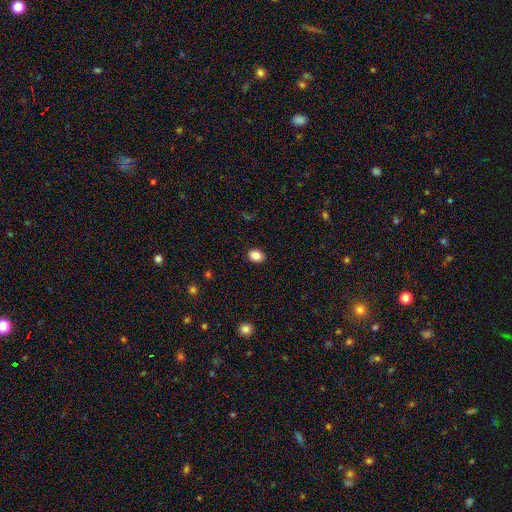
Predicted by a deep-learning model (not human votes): smooth-or-featured: smooth: 86% | star or artifact: 9% | featured or disk: 5%
  how-rounded: in between: 61% | round: 38% | cigar-shaped: 1%
  merging: none: 90% | minor disturbance: 7% | major disturbance: 2% | merger: 1%